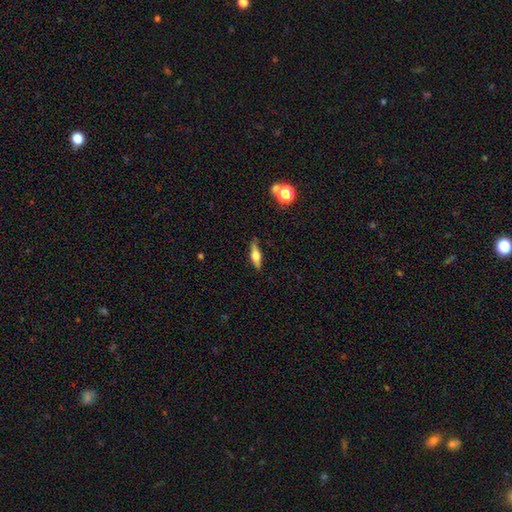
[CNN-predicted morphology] smooth_or_featured: featured or disk (p=0.54) [alt: smooth p=0.39]
disk_edge_on: yes (p=0.94) [alt: no p=0.06]
edge_on_bulge: rounded (p=0.90) [alt: boxy p=0.08]
merging: none (p=0.84) [alt: minor disturbance p=0.11]